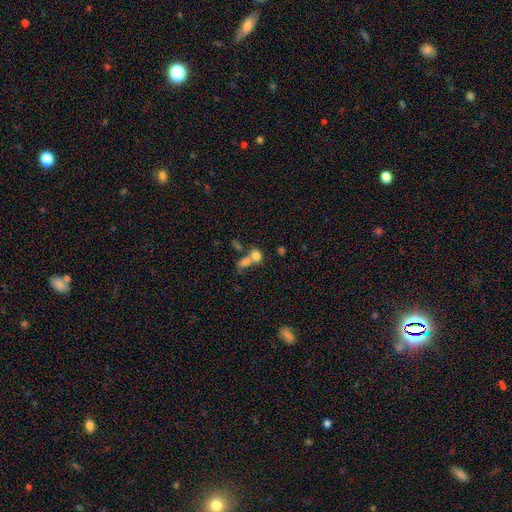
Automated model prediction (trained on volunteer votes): smooth 73%, featured or disk 15%, star or artifact 12%. Down the decision tree: how rounded — in between (52%); merging — merger (61%).